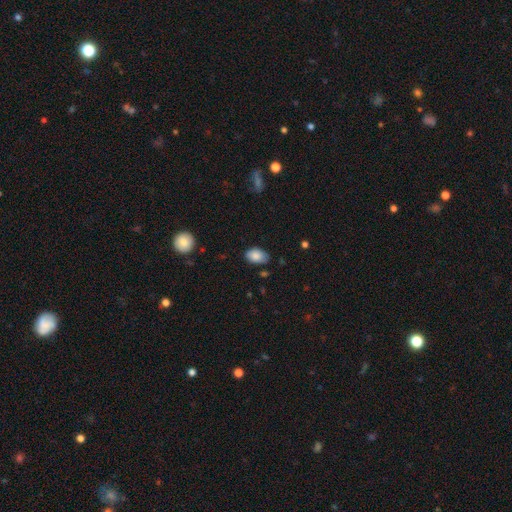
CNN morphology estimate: Smooth or featured?
  - smooth: 85% *
  - featured or disk: 7%
  - star or artifact: 7%
How rounded?
  - in between: 90% *
  - round: 9%
  - cigar-shaped: 1%
Merging?
  - none: 76% *
  - minor disturbance: 19%
  - major disturbance: 3%
  - merger: 2%